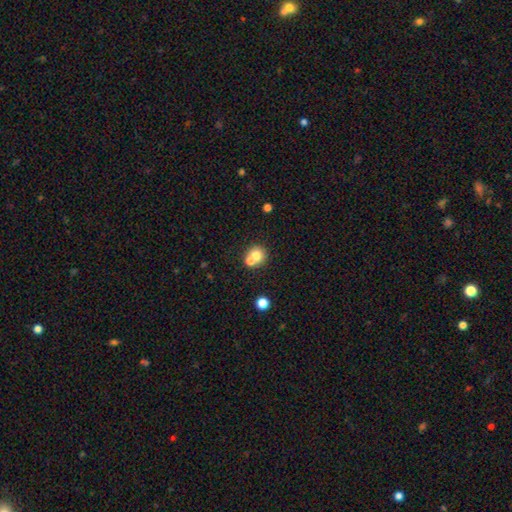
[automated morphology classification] type=smooth (71%); roundness=round (86%); merging=merger (46%).